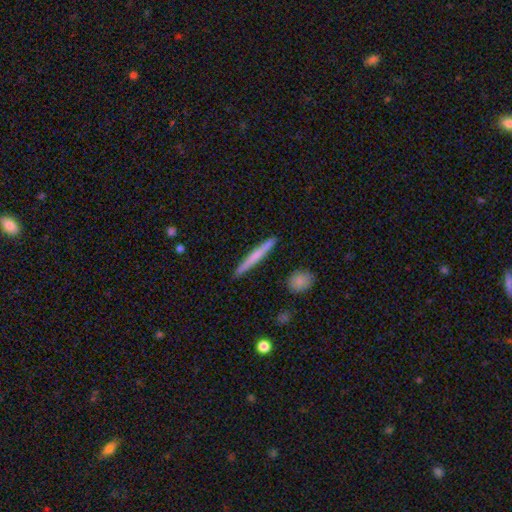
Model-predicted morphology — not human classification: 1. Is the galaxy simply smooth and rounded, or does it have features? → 58% smooth, 36% featured or disk, 6% star or artifact.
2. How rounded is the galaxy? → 96% cigar-shaped, 2% in between, 2% round.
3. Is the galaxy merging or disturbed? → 91% none, 6% minor disturbance, 1% merger, 1% major disturbance.